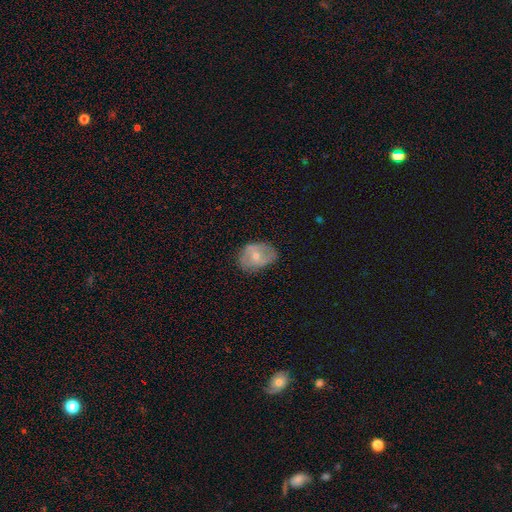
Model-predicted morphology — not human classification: Overall: smooth (50%; featured or disk 43%). Merging: none (66%).